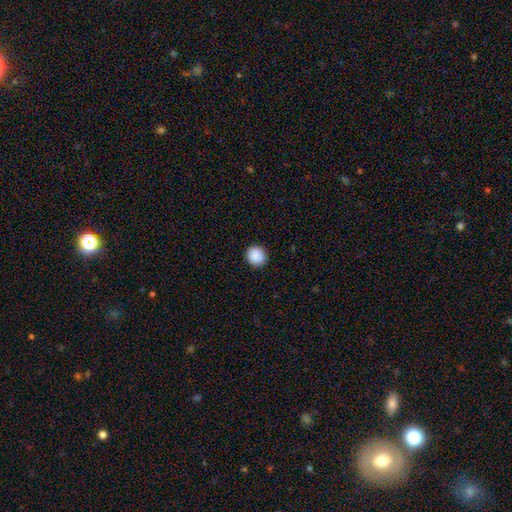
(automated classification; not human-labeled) This appears to be a smooth galaxy with no disk features (90%) that is round (88%). Merging: none (91%).